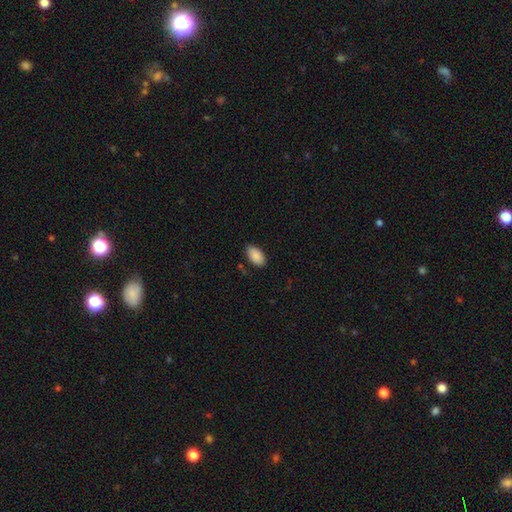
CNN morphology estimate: type=smooth (90%); roundness=in between (94%); merging=none (84%).